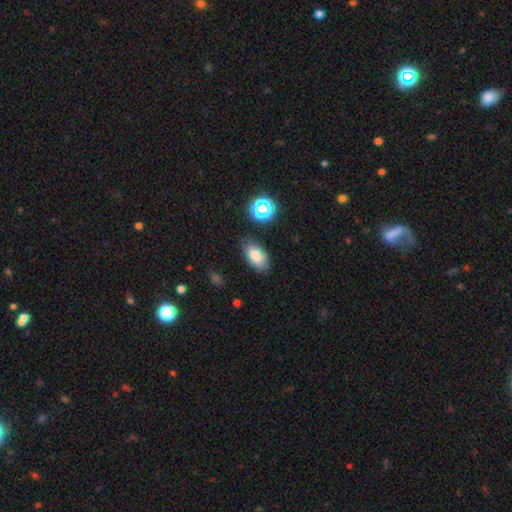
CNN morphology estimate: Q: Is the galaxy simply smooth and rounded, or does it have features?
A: smooth — 81%.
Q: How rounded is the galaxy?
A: in between — 92%.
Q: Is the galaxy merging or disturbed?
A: none — 80%.